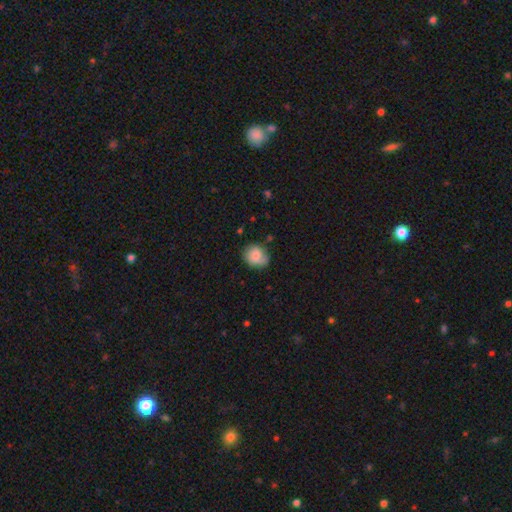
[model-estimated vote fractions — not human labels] Smooth or featured?
  - smooth: 73% *
  - featured or disk: 19%
  - star or artifact: 8%
How rounded?
  - round: 65% *
  - in between: 34%
  - cigar-shaped: 1%
Merging?
  - none: 67% *
  - minor disturbance: 26%
  - major disturbance: 5%
  - merger: 2%